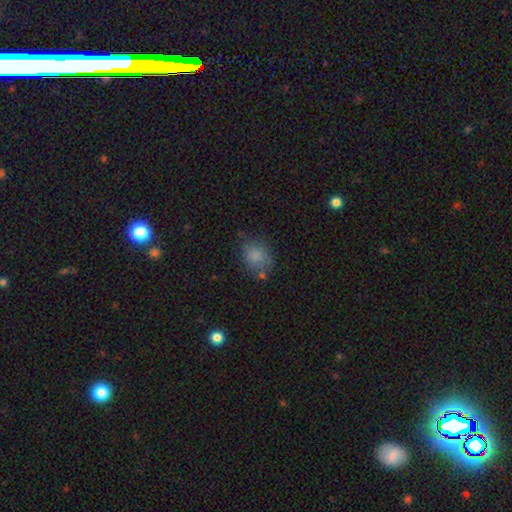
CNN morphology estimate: The model was most divided on "how rounded": in between: 51%, round: 47%, cigar-shaped: 1%. More confident: smooth or featured — smooth (80%); merging — none (58%).